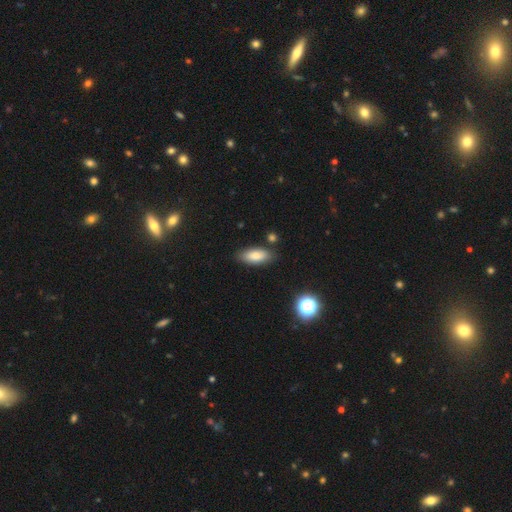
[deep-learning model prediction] This appears to be a smooth galaxy with no disk features (81%) that is in between round and cigar-shaped (82%). Merging: none (82%).